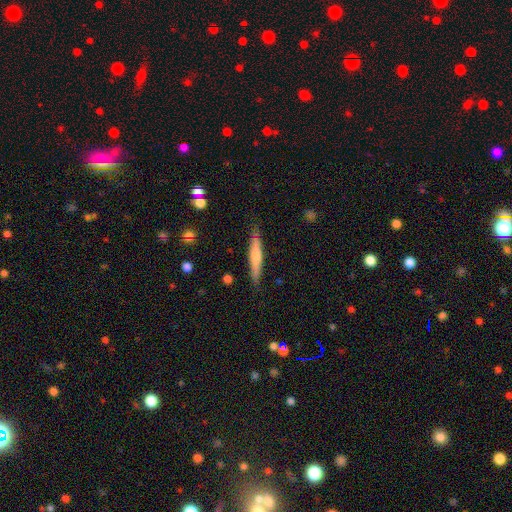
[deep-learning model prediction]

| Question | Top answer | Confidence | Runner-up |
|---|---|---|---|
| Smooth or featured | smooth | 58% | featured or disk (36%) |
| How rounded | cigar-shaped | 91% | in between (8%) |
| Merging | none | 82% | minor disturbance (14%) |